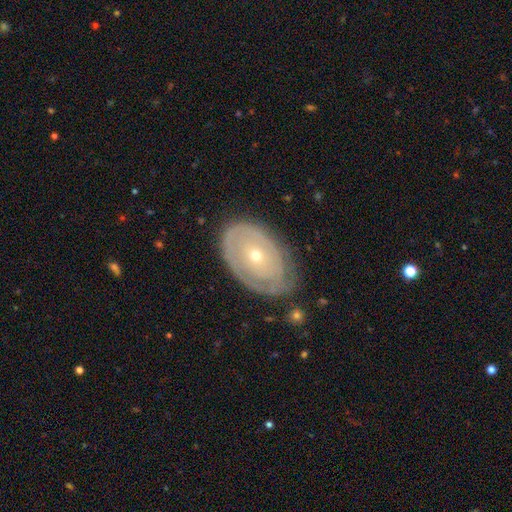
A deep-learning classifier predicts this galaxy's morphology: Smooth or featured: featured or disk — 70% (smooth — 24%)
Edge-on disk: no — 93% (yes — 7%)
Bar: no — 87% (weak — 11%)
Spiral arms: yes — 57% (no — 43%)
Bulge size: small — 64% (moderate — 33%)
Merging: none — 73% (minor disturbance — 19%)